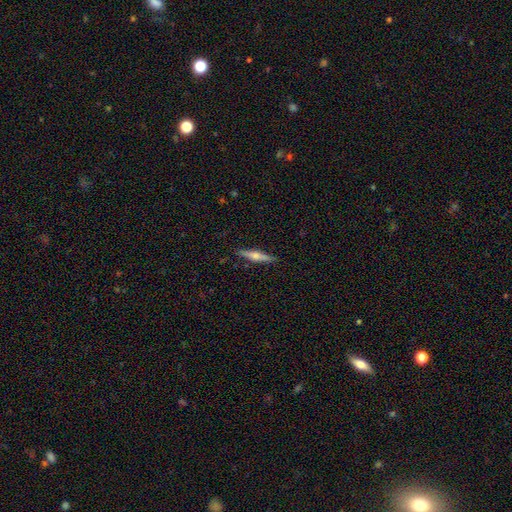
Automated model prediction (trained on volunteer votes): Smooth or featured: featured or disk — 53% (smooth — 41%)
Edge-on disk: yes — 96% (no — 4%)
Edge-on bulge: rounded — 85% (boxy — 8%)
Merging: none — 89% (minor disturbance — 8%)